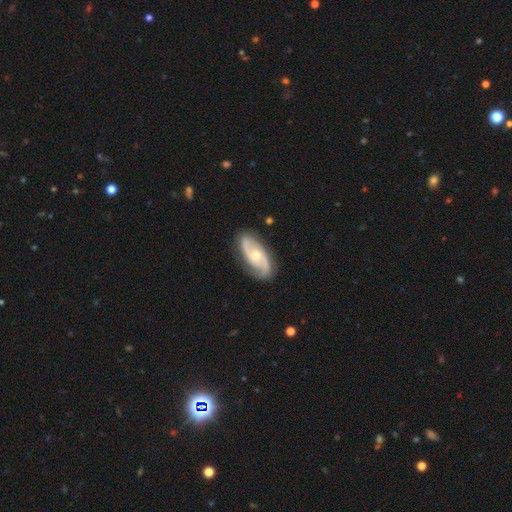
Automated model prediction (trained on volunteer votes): smooth_or_featured: featured or disk (p=0.84) [alt: smooth p=0.11]
disk_edge_on: no (p=0.95) [alt: yes p=0.05]
bar: no (p=0.64) [alt: weak p=0.29]
has_spiral_arms: yes (p=0.96) [alt: no p=0.04]
spiral_winding: medium (p=0.49) [alt: tight p=0.30]
spiral_arm_count: 2 (p=0.87) [alt: can't tell p=0.05]
bulge_size: moderate (p=0.52) [alt: small p=0.44]
merging: none (p=0.82) [alt: minor disturbance p=0.13]